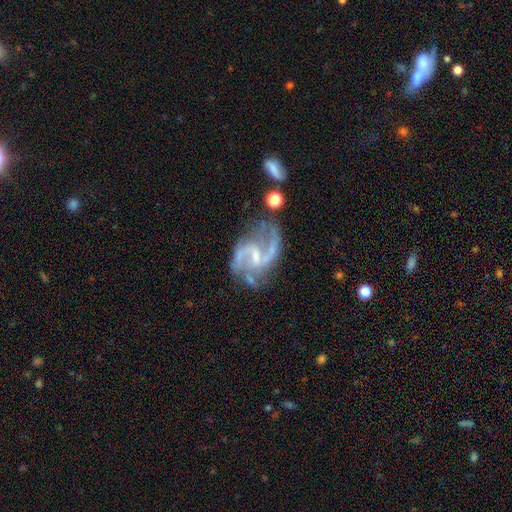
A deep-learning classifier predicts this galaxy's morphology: Smooth or featured: featured or disk — 90% (star or artifact — 6%)
Edge-on disk: no — 98% (yes — 2%)
Bar: weak — 53% (no — 24%)
Spiral arms: yes — 97% (no — 3%)
Spiral winding: loose — 52% (medium — 41%)
Spiral arm count: 2 — 89% (can't tell — 3%)
Bulge size: small — 65% (moderate — 21%)
Merging: none — 57% (minor disturbance — 21%)